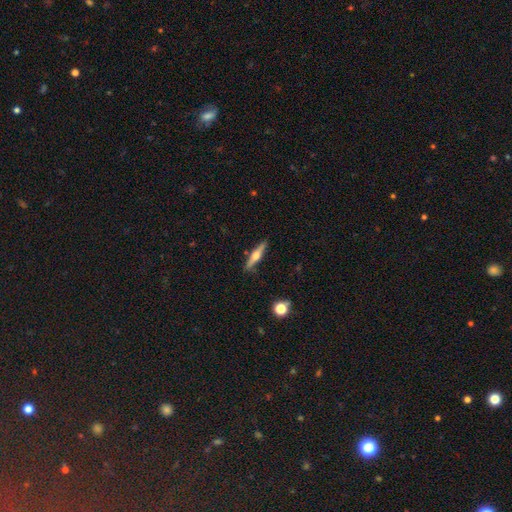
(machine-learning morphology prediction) Smooth or featured? featured or disk (63%)
Edge-on disk? yes (97%)
Edge-on bulge? rounded (91%)
Merging? none (89%)